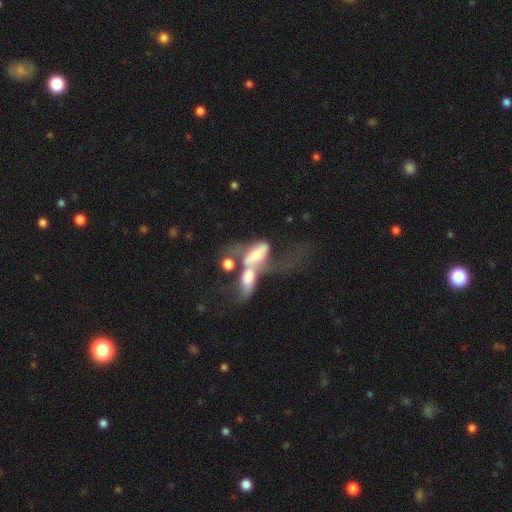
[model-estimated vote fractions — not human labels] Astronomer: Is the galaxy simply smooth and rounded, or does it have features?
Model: featured or disk — 52% (runner-up: smooth, 39%).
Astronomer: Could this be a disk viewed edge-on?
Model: no — 85%.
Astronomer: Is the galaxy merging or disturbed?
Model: merger — 73%.